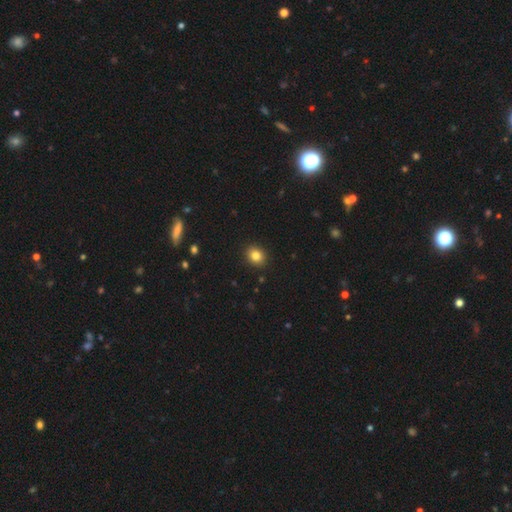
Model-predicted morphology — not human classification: smooth-or-featured: smooth: 83% | star or artifact: 11% | featured or disk: 6%
  how-rounded: round: 64% | in between: 35% | cigar-shaped: 1%
  merging: none: 91% | minor disturbance: 6% | major disturbance: 2% | merger: 1%